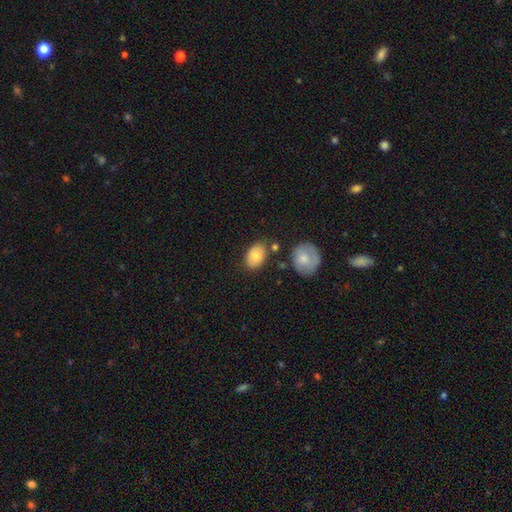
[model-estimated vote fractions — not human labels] smooth-or-featured: smooth: 81% | featured or disk: 12% | star or artifact: 7%
  how-rounded: in between: 82% | round: 16% | cigar-shaped: 1%
  merging: none: 75% | minor disturbance: 14% | merger: 7% | major disturbance: 4%